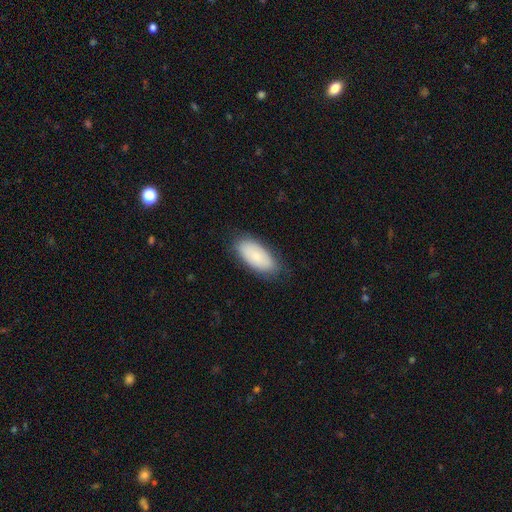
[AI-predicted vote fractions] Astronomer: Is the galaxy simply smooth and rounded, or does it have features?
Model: smooth — 81%.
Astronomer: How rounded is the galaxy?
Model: in between — 92%.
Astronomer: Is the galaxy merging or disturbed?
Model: none — 80%.